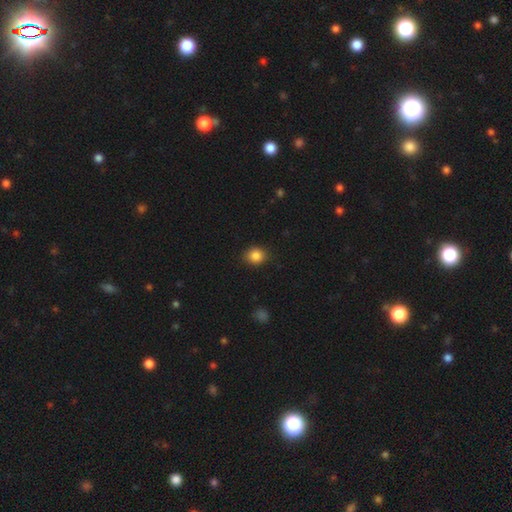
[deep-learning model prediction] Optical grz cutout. It shows a smooth galaxy with no disk features (86%) that is round (75%). Merging: none (87%).